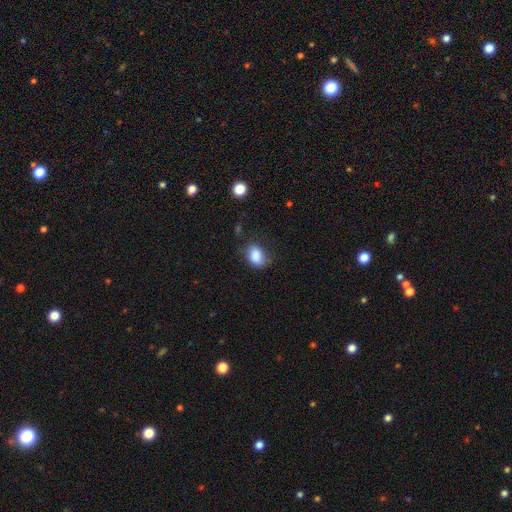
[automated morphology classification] Q: Smooth or featured?
A: smooth (86%); runner-up: star or artifact (8%)
Q: How rounded?
A: in between (75%); runner-up: round (24%)
Q: Merging?
A: none (64%); runner-up: minor disturbance (26%)